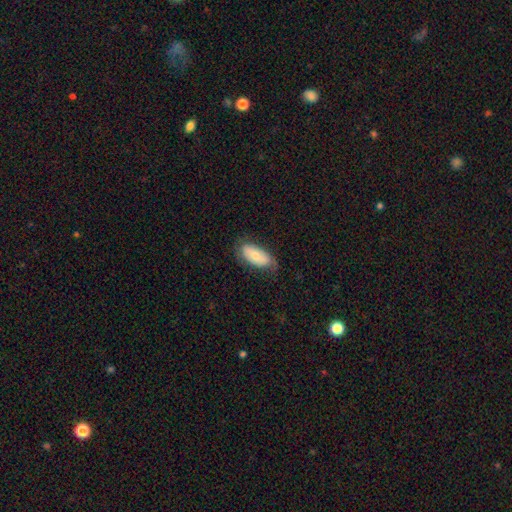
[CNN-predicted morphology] Smooth or featured? Predicted: smooth (p=0.70). How rounded? Predicted: in between (p=0.91). Merging? Predicted: none (p=0.68).